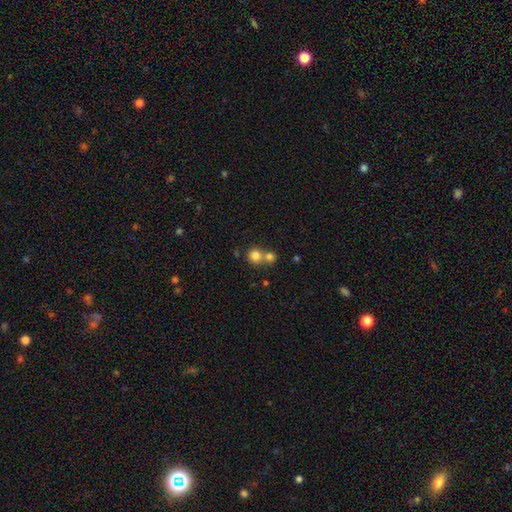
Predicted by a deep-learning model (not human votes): Smooth or featured? smooth (79%)
How rounded? round (90%)
Merging? merger (47%)